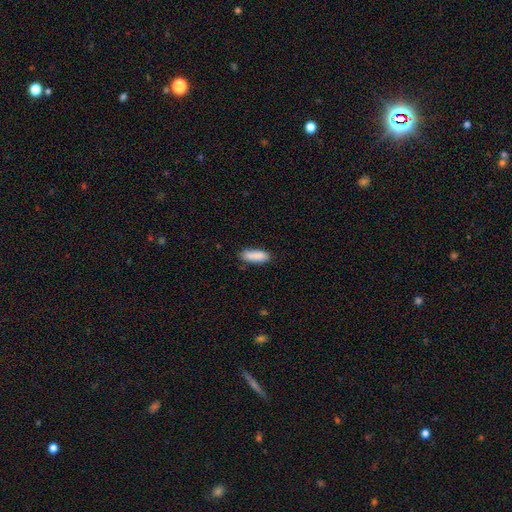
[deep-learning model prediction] A smooth galaxy with no disk features (89%) that is in between round and cigar-shaped (62%). Merging: none (79%).